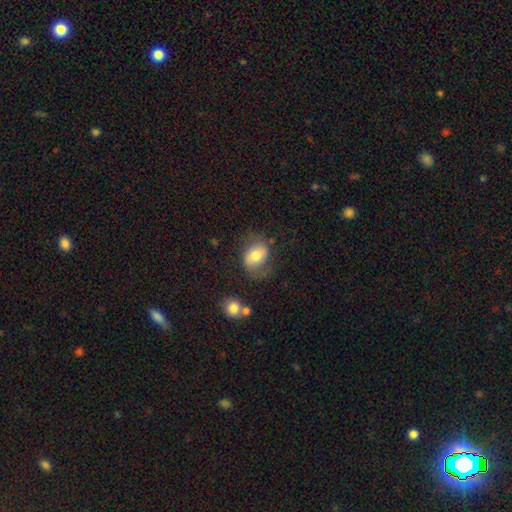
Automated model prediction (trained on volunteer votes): smooth_or_featured: smooth (p=0.59) [alt: featured or disk p=0.33]
how_rounded: in between (p=0.68) [alt: round p=0.31]
merging: none (p=0.57) [alt: minor disturbance p=0.25]